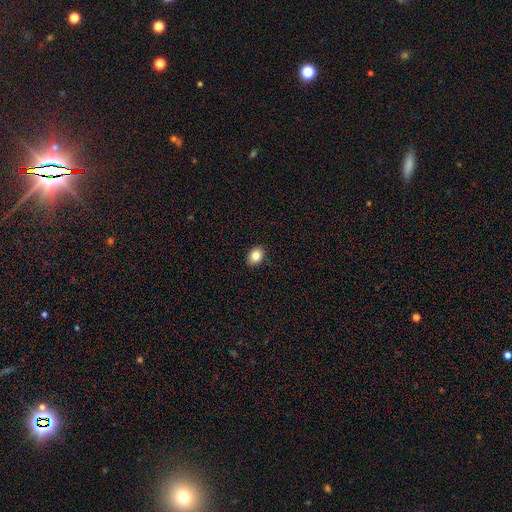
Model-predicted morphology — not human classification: A smooth galaxy with no disk features (84%) that is in between round and cigar-shaped (66%). Merging: none (89%).